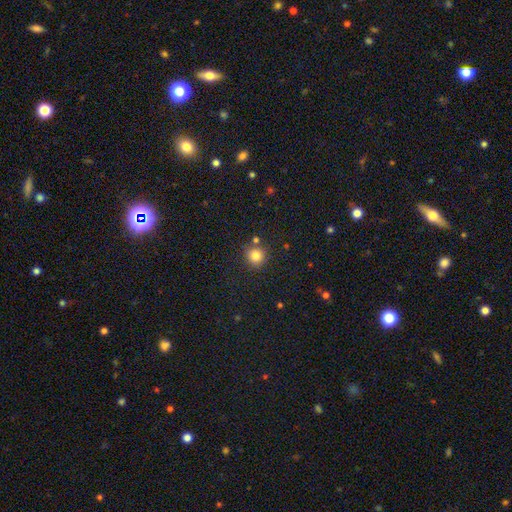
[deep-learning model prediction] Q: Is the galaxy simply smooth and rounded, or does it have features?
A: smooth — 83%.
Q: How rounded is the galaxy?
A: round — 92%.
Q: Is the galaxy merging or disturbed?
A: none — 80%.